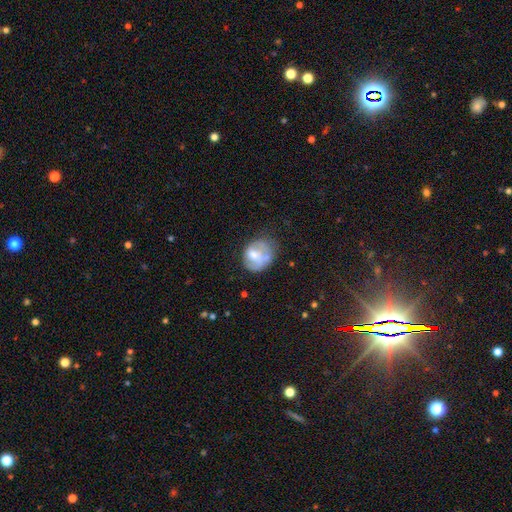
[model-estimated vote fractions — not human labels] Smooth or featured? smooth (50%)
How rounded? round (56%)
Merging? none (43%)